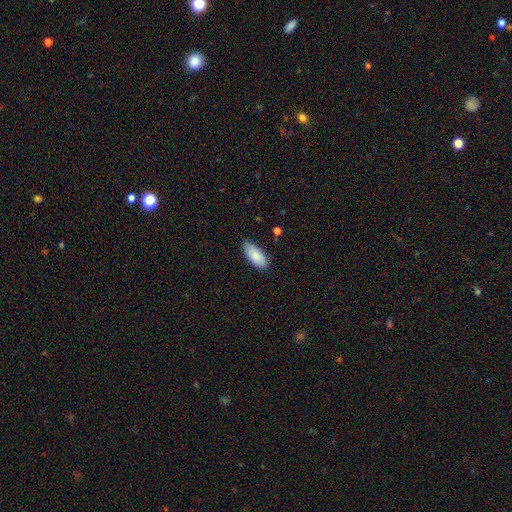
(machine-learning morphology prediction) Smooth or featured?
  - smooth: 86% *
  - featured or disk: 8%
  - star or artifact: 6%
How rounded?
  - in between: 90% *
  - cigar-shaped: 8%
  - round: 2%
Merging?
  - none: 80% *
  - minor disturbance: 17%
  - major disturbance: 2%
  - merger: 1%